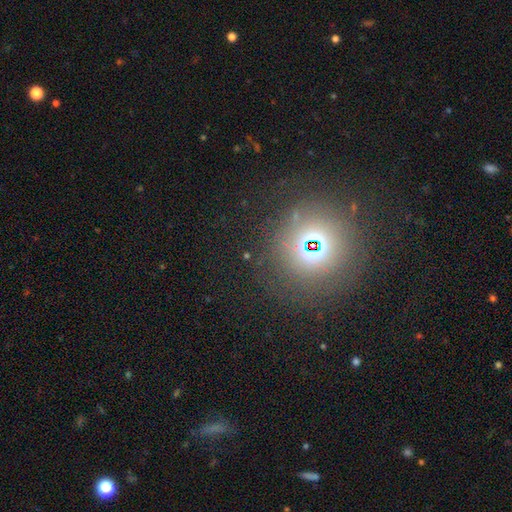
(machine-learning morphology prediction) Smooth or featured: star or artifact — 73% (smooth — 15%)